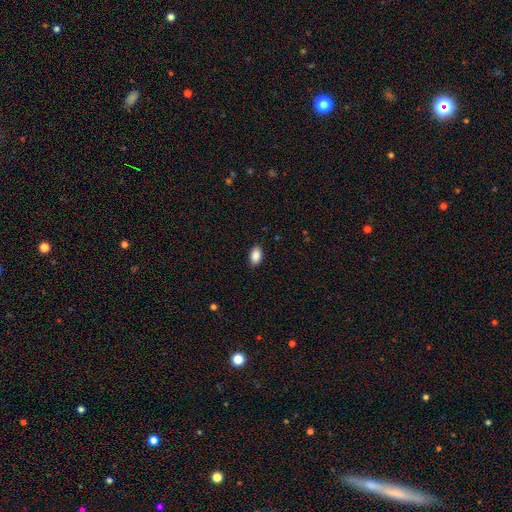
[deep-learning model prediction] The model was most divided on "merging": none: 88%, minor disturbance: 9%, major disturbance: 2%, merger: 1%. More confident: how rounded — in between (91%); smooth or featured — smooth (89%).